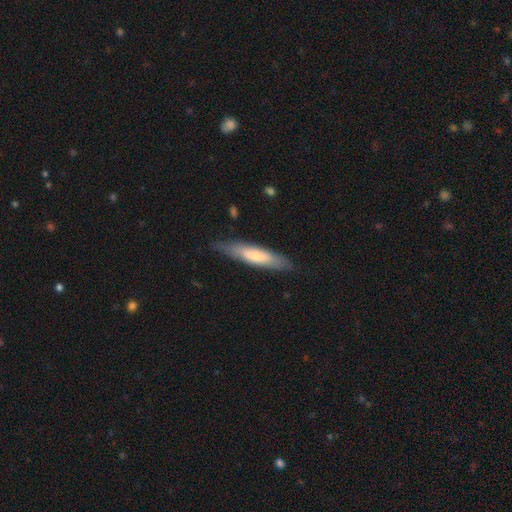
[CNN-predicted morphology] Overall: smooth (63%; featured or disk 32%). How rounded: cigar-shaped (75%). Merging: none (81%).